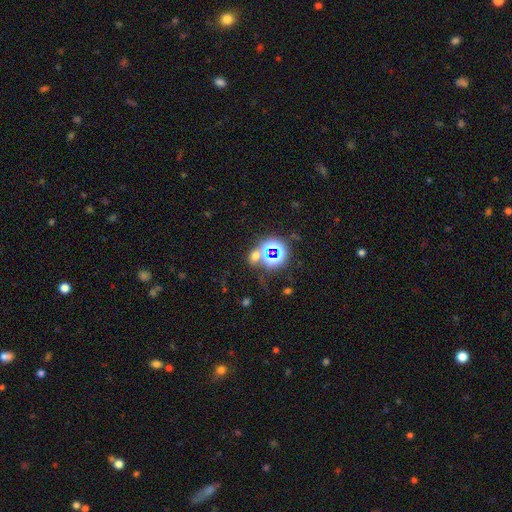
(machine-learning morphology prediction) Smooth or featured? Predicted: star or artifact (p=0.50).